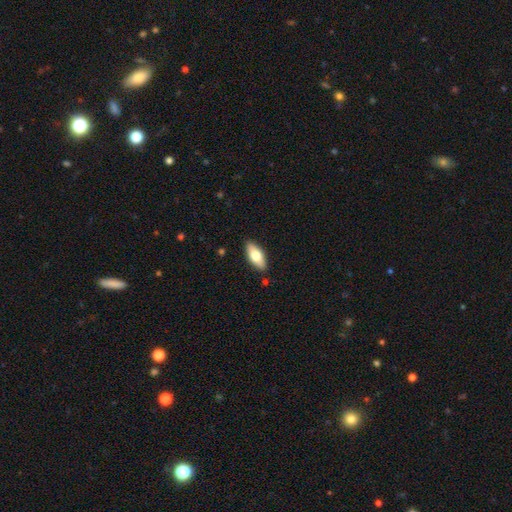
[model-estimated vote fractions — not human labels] smooth_or_featured: smooth (p=0.70) [alt: featured or disk p=0.24]
how_rounded: in between (p=0.82) [alt: cigar-shaped p=0.15]
merging: none (p=0.87) [alt: minor disturbance p=0.09]